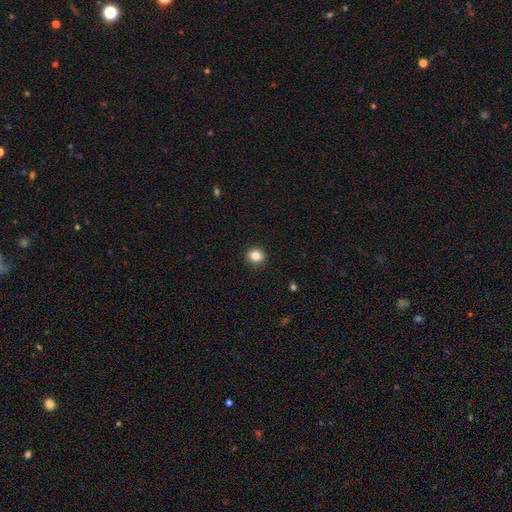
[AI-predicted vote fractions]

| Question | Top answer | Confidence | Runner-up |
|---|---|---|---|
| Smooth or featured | smooth | 84% | star or artifact (11%) |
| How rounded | round | 81% | in between (18%) |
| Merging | none | 91% | minor disturbance (6%) |